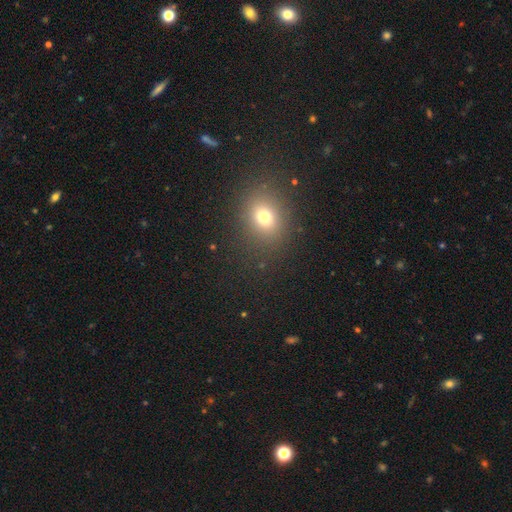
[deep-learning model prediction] smooth 66%, star or artifact 26%, featured or disk 8%. Down the decision tree: how rounded — round (55%); merging — none (89%).